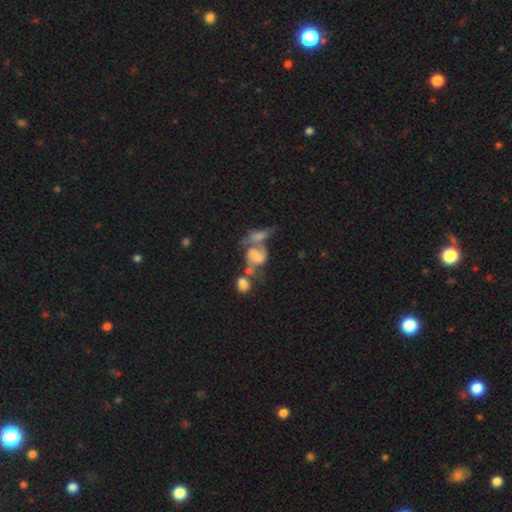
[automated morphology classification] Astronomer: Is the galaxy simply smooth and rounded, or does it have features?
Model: featured or disk — 61%.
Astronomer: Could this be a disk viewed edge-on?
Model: no — 96%.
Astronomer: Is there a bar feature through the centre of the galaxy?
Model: no — 39% (runner-up: weak, 37%).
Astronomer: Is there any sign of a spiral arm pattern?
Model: yes — 78%.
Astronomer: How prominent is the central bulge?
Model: none — 37% (runner-up: small, 28%).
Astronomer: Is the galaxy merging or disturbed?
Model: merger — 54%.